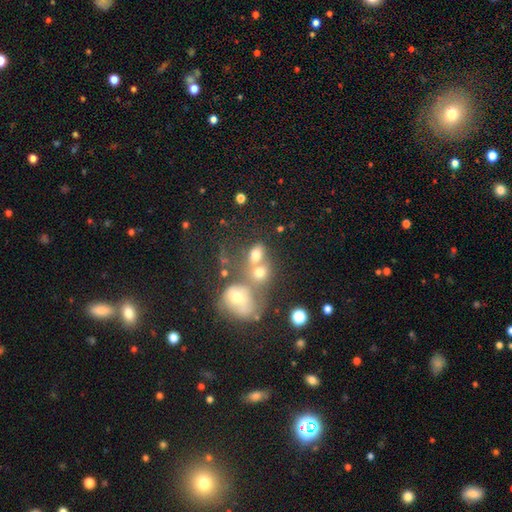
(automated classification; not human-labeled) The model was most divided on "how rounded": in between: 53%, round: 45%, cigar-shaped: 2%. More confident: smooth or featured — smooth (66%); merging — merger (50%).